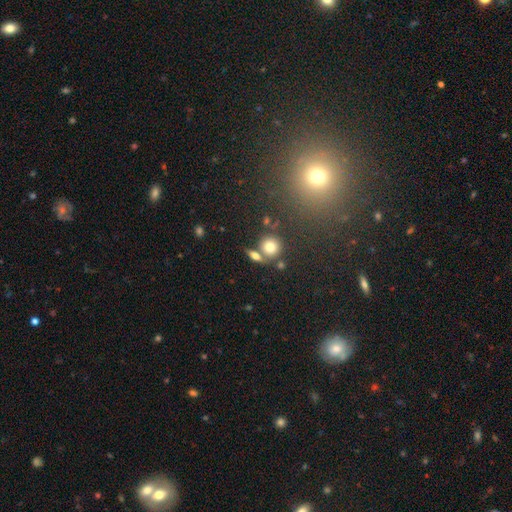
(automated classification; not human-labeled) A smooth galaxy with no disk features (69%) that is round (49%).

Vote fractions:
- Smooth or featured? smooth: 69% / featured or disk: 19% / star or artifact: 12%
- How rounded? round: 49% / in between: 40% / cigar-shaped: 11%
- Merging? none: 62% / merger: 23% / minor disturbance: 11% / major disturbance: 5%